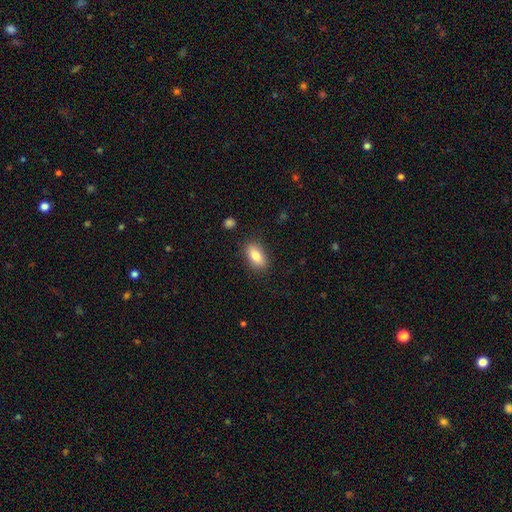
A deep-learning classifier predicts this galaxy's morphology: A smooth galaxy with no disk features (81%) that is in between round and cigar-shaped (86%).

Vote fractions:
- Smooth or featured? smooth: 81% / featured or disk: 11% / star or artifact: 7%
- How rounded? in between: 86% / cigar-shaped: 9% / round: 5%
- Merging? none: 86% / minor disturbance: 10% / major disturbance: 3% / merger: 1%